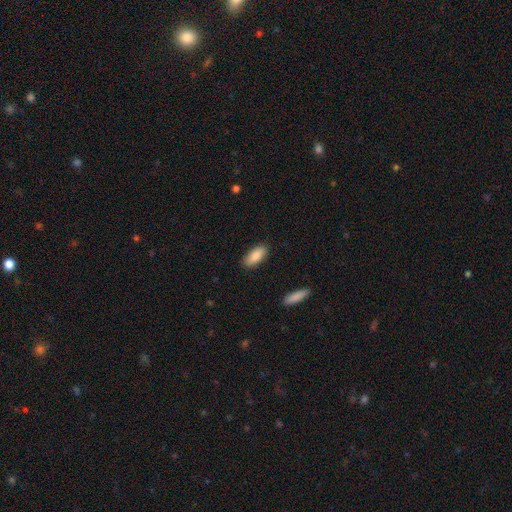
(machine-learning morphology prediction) smooth-or-featured: smooth: 86% | featured or disk: 8% | star or artifact: 6%
  how-rounded: in between: 83% | cigar-shaped: 16% | round: 2%
  merging: none: 87% | minor disturbance: 9% | major disturbance: 2% | merger: 1%